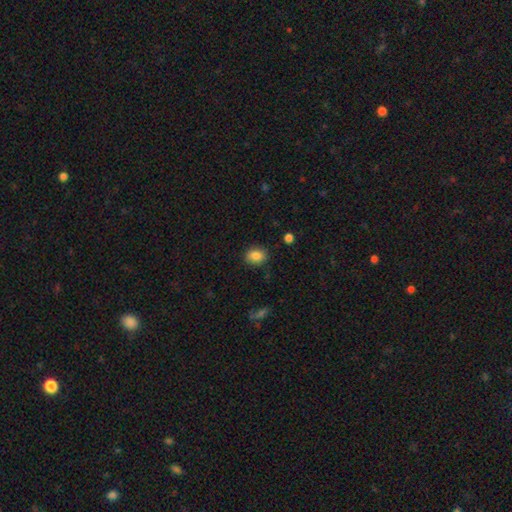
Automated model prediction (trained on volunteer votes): This is clearly a smooth galaxy (86%). How rounded: possibly in between (59%). Merging: clearly none (84%).